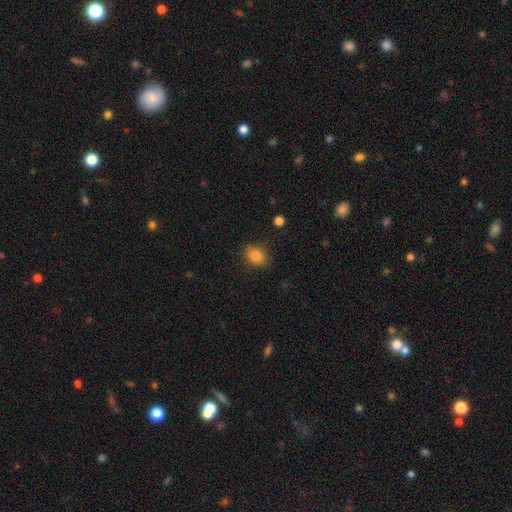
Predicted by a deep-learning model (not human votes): Smooth or featured? smooth (83%)
How rounded? in between (57%)
Merging? none (83%)